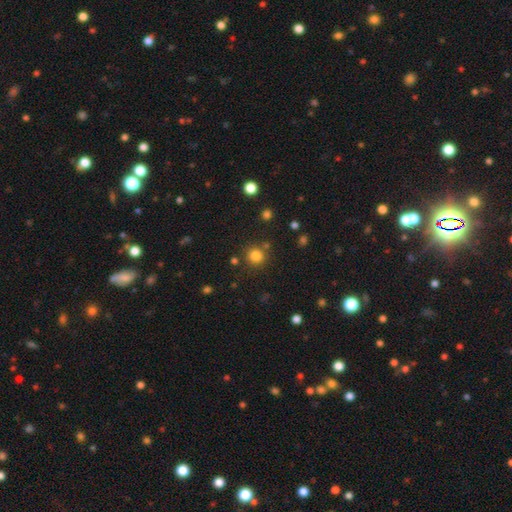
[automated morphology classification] Q: Smooth or featured?
A: smooth (81%); runner-up: star or artifact (14%)
Q: How rounded?
A: round (92%); runner-up: in between (7%)
Q: Merging?
A: none (82%); runner-up: minor disturbance (8%)